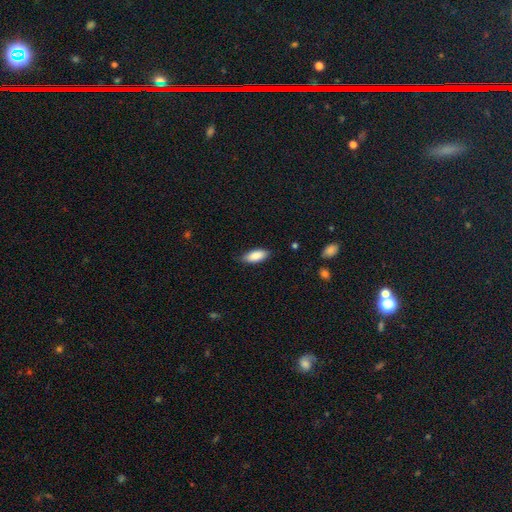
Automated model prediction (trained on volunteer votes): smooth_or_featured: smooth (p=0.87) [alt: featured or disk p=0.06]
how_rounded: in between (p=0.83) [alt: cigar-shaped p=0.15]
merging: none (p=0.82) [alt: minor disturbance p=0.14]